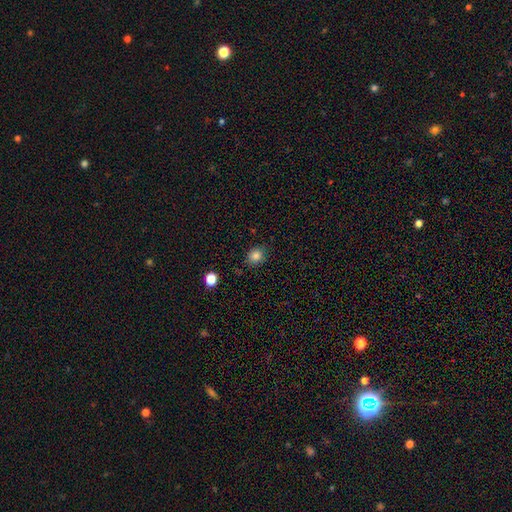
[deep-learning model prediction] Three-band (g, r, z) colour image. It shows a smooth galaxy with no disk features (83%) that is round (71%). Merging: none (82%).